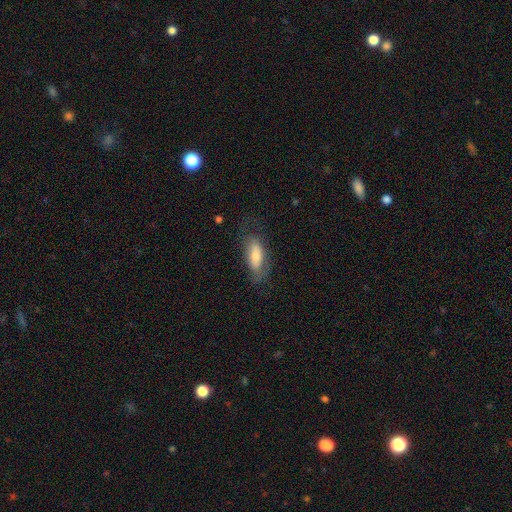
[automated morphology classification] This is likely a smooth galaxy (67%). How rounded: likely in between (73%). Merging: likely none (62%).